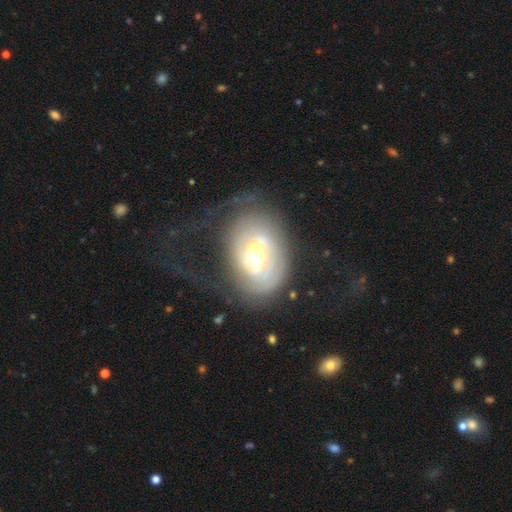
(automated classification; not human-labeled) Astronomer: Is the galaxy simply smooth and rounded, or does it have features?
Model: featured or disk — 74%.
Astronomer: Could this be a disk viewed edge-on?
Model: no — 96%.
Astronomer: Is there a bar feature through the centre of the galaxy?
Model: weak — 45% (runner-up: no, 28%).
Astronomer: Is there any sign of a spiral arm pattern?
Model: yes — 77%.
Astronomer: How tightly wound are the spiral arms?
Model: tight — 50% (runner-up: medium, 31%).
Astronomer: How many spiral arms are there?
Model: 2 — 44% (runner-up: can't tell, 32%).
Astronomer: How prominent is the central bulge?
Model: moderate — 54% (runner-up: large, 34%).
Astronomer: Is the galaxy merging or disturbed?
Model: none — 50% (runner-up: major disturbance, 27%).